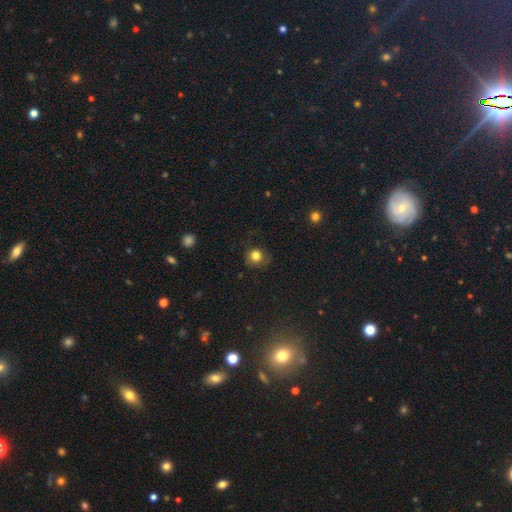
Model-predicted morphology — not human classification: This appears to be a smooth galaxy with no disk features (80%) that is round (87%). Merging: none (76%).